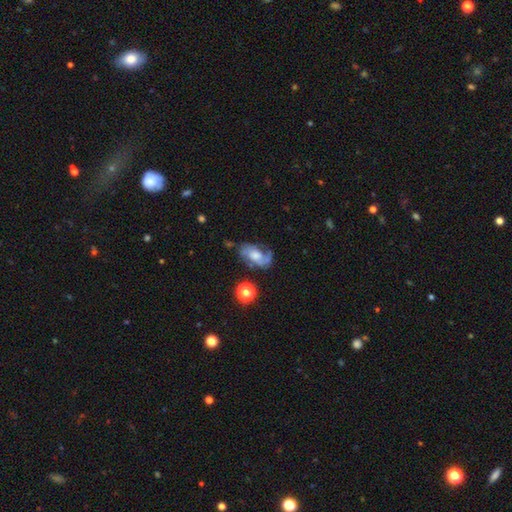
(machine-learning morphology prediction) This is likely a featured or disk galaxy (72%). It is clearly not viewed edge-on (96%). Bar: possibly no (59%). Spiral arm pattern: clearly yes (90%). Spiral arm count: likely 2 (68%). Spiral winding: possibly medium (47%). Central bulge: marginally moderate (41%). Merging: possibly none (56%).